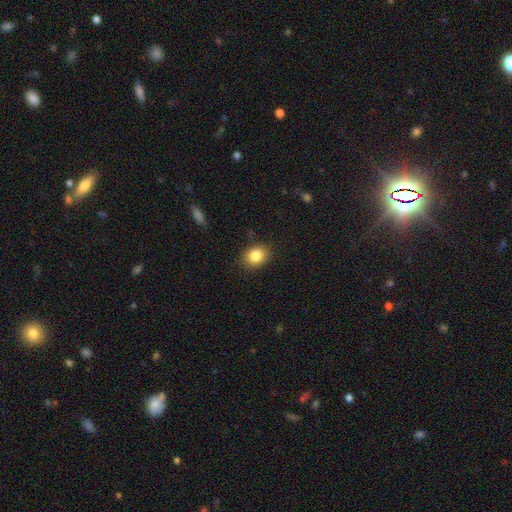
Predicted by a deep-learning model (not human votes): This is clearly a smooth galaxy (84%). How rounded: possibly round (51%). Merging: clearly none (86%).